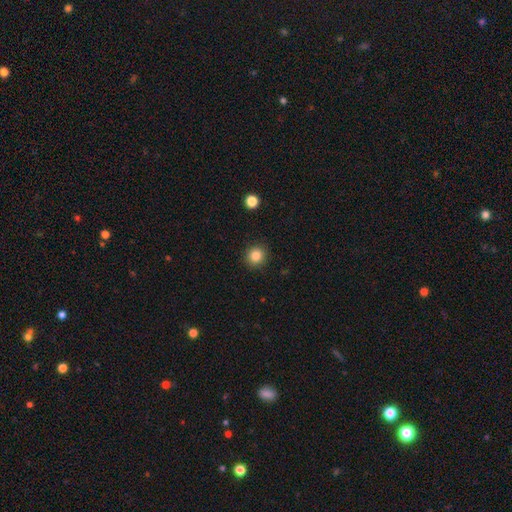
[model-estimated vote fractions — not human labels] Smooth or featured: smooth — 84% (star or artifact — 11%)
How rounded: round — 90% (in between — 9%)
Merging: none — 91% (minor disturbance — 6%)